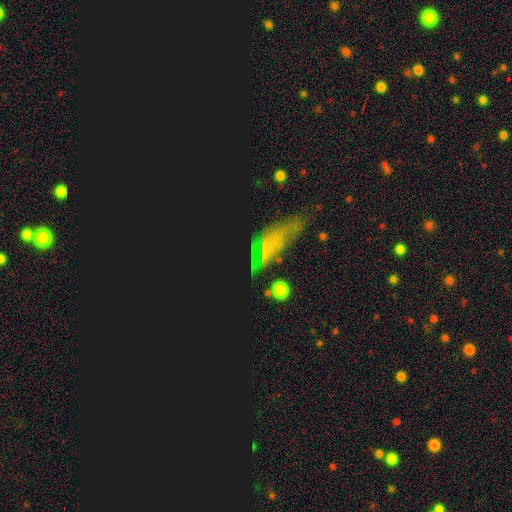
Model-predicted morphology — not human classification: A star or artifact, not a galaxy (55%).

Vote fractions:
- Smooth or featured? star or artifact: 55% / smooth: 26% / featured or disk: 19%